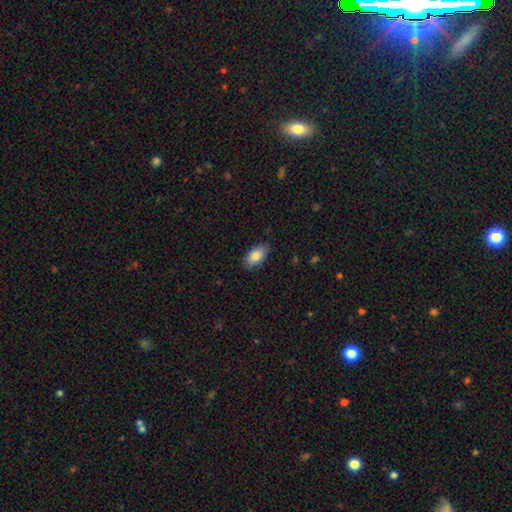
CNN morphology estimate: smooth-or-featured: smooth: 86% | featured or disk: 8% | star or artifact: 7%
  how-rounded: in between: 93% | round: 4% | cigar-shaped: 3%
  merging: none: 85% | minor disturbance: 11% | major disturbance: 2% | merger: 1%